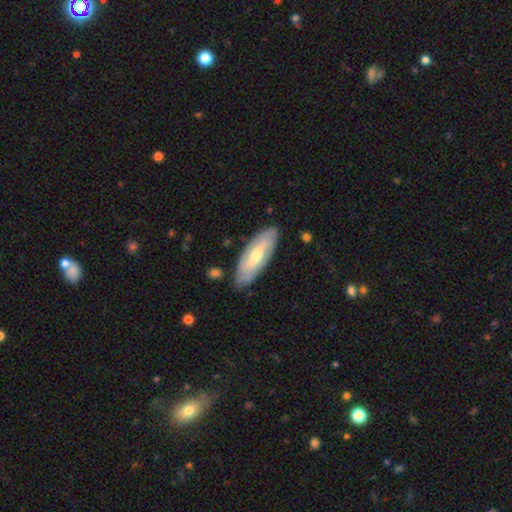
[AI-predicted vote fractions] Smooth or featured? Predicted: featured or disk (p=0.52). Edge-on disk? Predicted: no (p=0.76). Merging? Predicted: none (p=0.83).